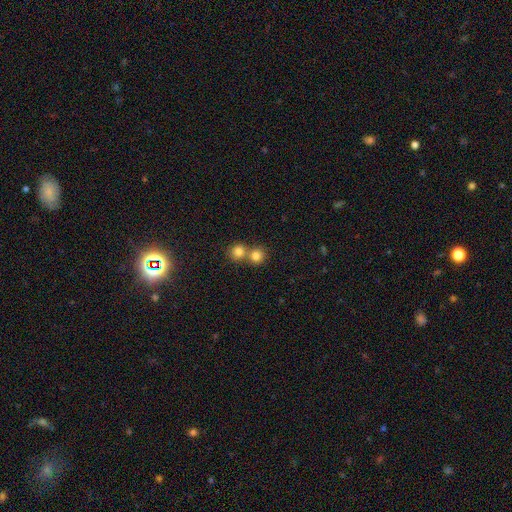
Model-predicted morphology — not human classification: type=smooth (81%); roundness=round (88%); merging=none (46%, tied with merger).